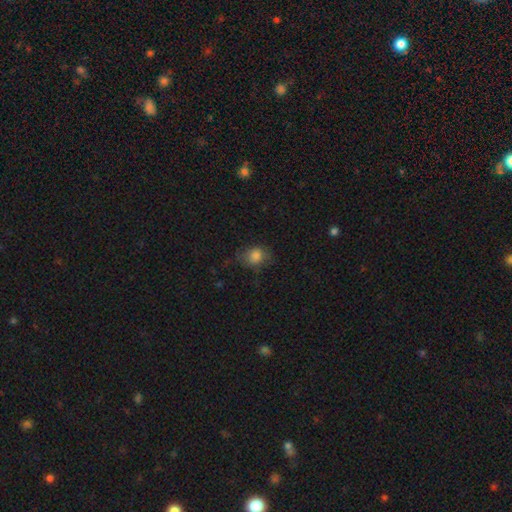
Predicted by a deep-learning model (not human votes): Smooth or featured?
  - smooth: 79% *
  - featured or disk: 11%
  - star or artifact: 10%
How rounded?
  - round: 64% *
  - in between: 35%
  - cigar-shaped: 1%
Merging?
  - none: 58% *
  - minor disturbance: 26%
  - major disturbance: 14%
  - merger: 1%